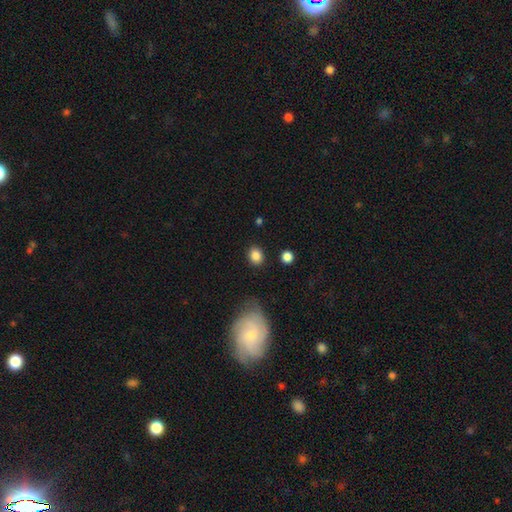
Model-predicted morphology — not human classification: Smooth or featured: smooth — 86% (star or artifact — 10%)
How rounded: round — 64% (in between — 35%)
Merging: none — 85% (minor disturbance — 9%)